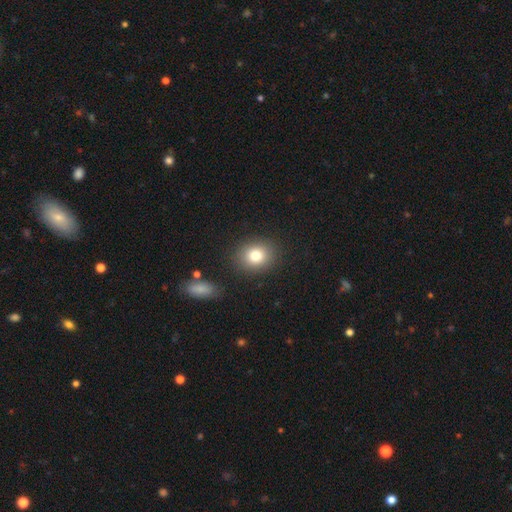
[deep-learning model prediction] smooth 80%, star or artifact 11%, featured or disk 9%. Down the decision tree: how rounded — round (65%); merging — none (87%).